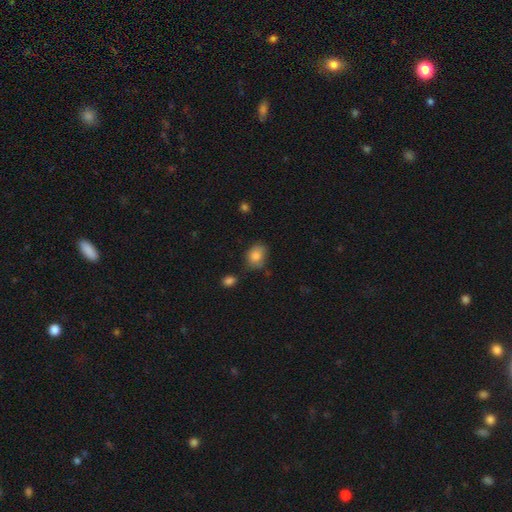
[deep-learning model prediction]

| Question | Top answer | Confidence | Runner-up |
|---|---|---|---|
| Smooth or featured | smooth | 84% | star or artifact (9%) |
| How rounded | in between | 62% | round (37%) |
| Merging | none | 62% | minor disturbance (27%) |